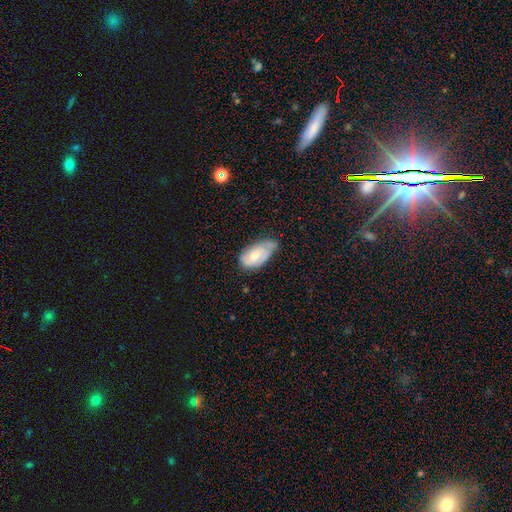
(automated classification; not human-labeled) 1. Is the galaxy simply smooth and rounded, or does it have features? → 55% smooth, 39% featured or disk, 6% star or artifact.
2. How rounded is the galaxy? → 93% in between, 4% round, 3% cigar-shaped.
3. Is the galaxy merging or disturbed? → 46% minor disturbance, 36% none, 14% major disturbance, 4% merger.